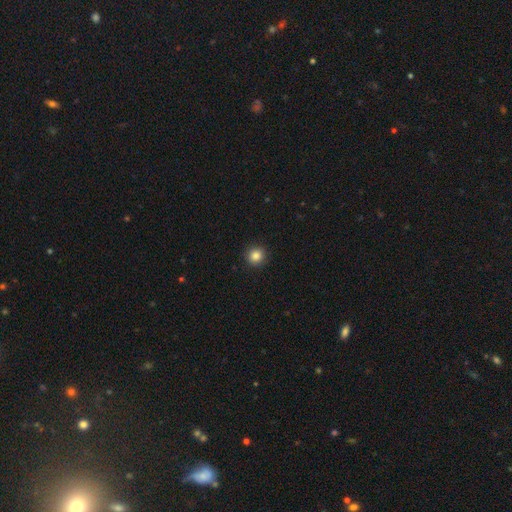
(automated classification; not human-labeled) Q: Smooth or featured?
A: smooth (85%); runner-up: star or artifact (11%)
Q: How rounded?
A: round (95%); runner-up: in between (4%)
Q: Merging?
A: none (92%); runner-up: minor disturbance (5%)